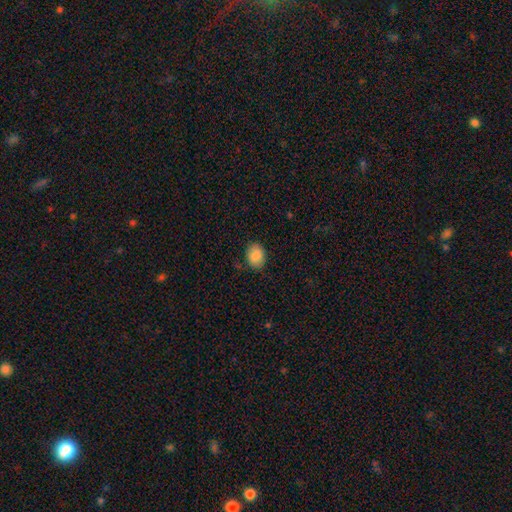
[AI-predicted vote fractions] smooth 87%, star or artifact 8%, featured or disk 5%. Down the decision tree: how rounded — in between (66%); merging — none (84%).